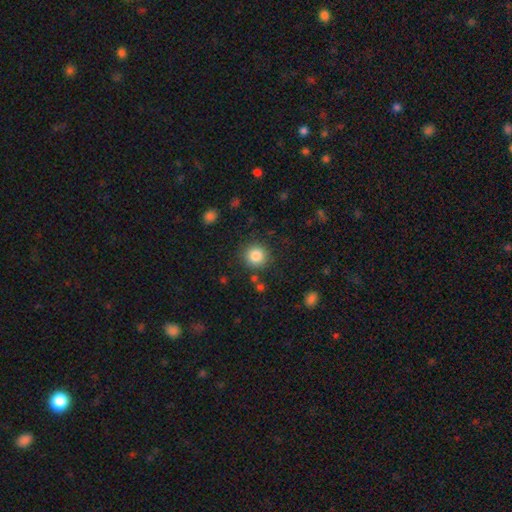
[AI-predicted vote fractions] Smooth or featured? smooth (84%)
How rounded? round (92%)
Merging? none (87%)